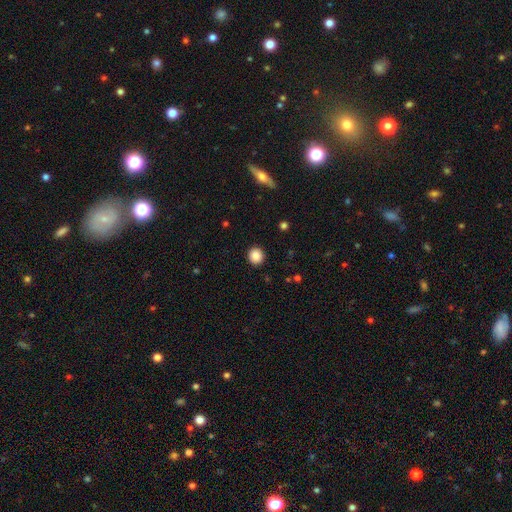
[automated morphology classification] This appears to be a smooth galaxy with no disk features (87%) that is round (90%). Merging: none (92%).